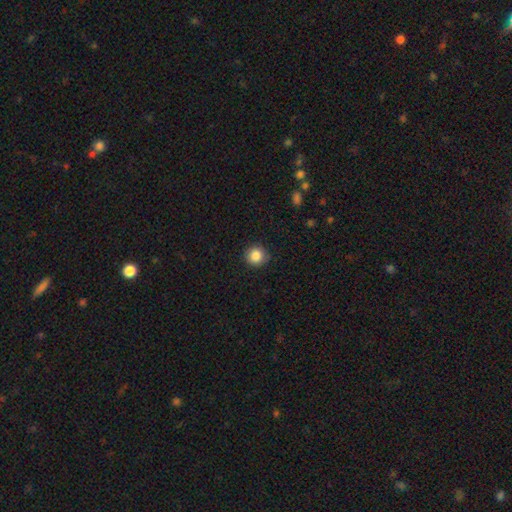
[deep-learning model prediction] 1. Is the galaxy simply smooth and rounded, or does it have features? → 86% smooth, 10% star or artifact, 5% featured or disk.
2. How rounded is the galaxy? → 91% round, 8% in between, 1% cigar-shaped.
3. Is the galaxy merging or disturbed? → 88% none, 9% minor disturbance, 2% major disturbance, 1% merger.